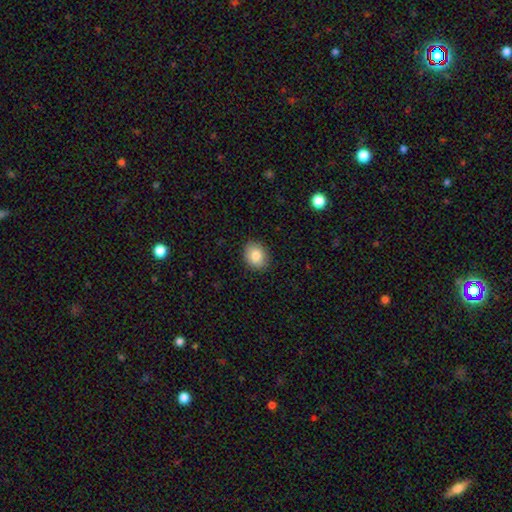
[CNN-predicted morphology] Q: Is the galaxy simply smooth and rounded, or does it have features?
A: smooth — 85%.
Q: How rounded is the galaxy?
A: round — 54%.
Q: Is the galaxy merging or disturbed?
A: none — 88%.